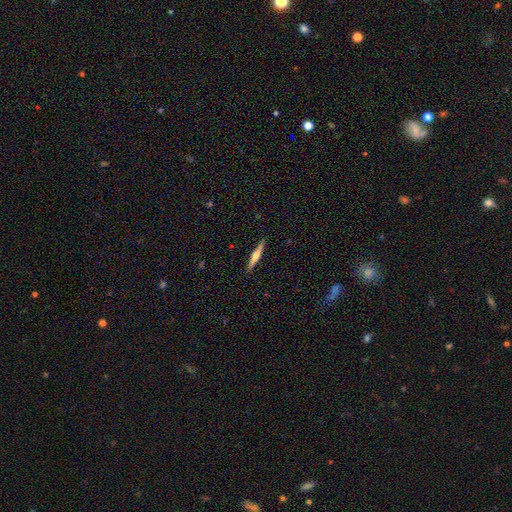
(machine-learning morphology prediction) This appears to be a featured or disk galaxy (56%) viewed edge-on (97%) with a rounded central bulge (82%). Merging: none (91%).